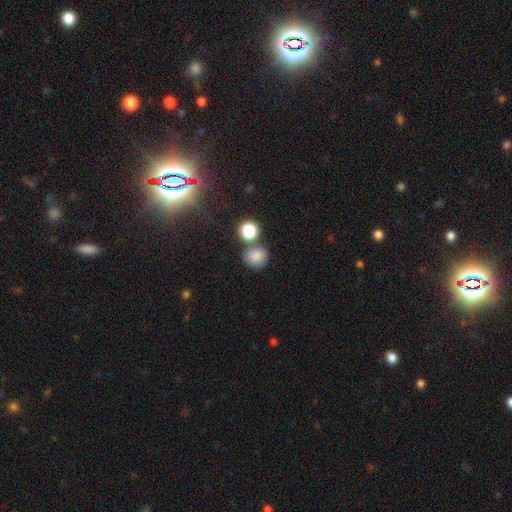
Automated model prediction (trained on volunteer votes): smooth_or_featured: smooth (p=0.78) [alt: star or artifact p=0.14]
how_rounded: round (p=0.82) [alt: in between p=0.17]
merging: none (p=0.60) [alt: merger p=0.22]